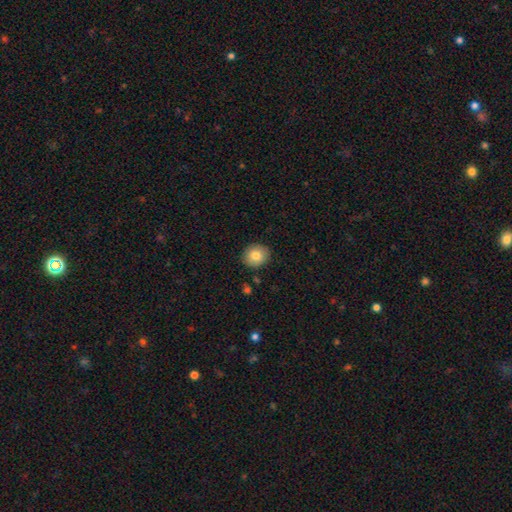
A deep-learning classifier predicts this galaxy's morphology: Smooth or featured? Predicted: smooth (p=0.81). How rounded? Predicted: round (p=0.80). Merging? Predicted: none (p=0.89).